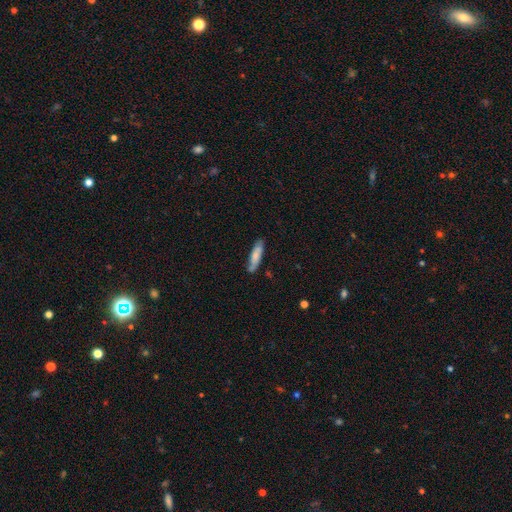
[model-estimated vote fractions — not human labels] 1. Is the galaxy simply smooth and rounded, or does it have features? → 66% smooth, 28% featured or disk, 6% star or artifact.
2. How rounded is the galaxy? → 70% cigar-shaped, 29% in between, 2% round.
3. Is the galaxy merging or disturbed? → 74% none, 19% minor disturbance, 4% major disturbance, 3% merger.